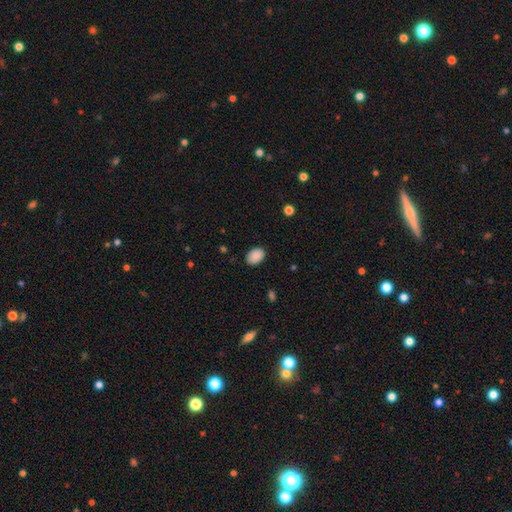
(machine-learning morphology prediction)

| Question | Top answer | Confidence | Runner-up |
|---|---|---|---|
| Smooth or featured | smooth | 90% | star or artifact (8%) |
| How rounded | in between | 79% | round (20%) |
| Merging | none | 87% | minor disturbance (10%) |